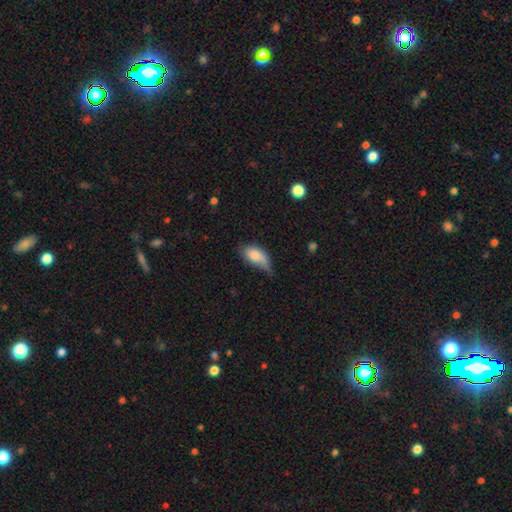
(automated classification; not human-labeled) The model was most divided on "merging": minor disturbance: 45%, none: 29%, major disturbance: 22%, merger: 4%. More confident: how rounded — in between (91%); smooth or featured — smooth (78%).